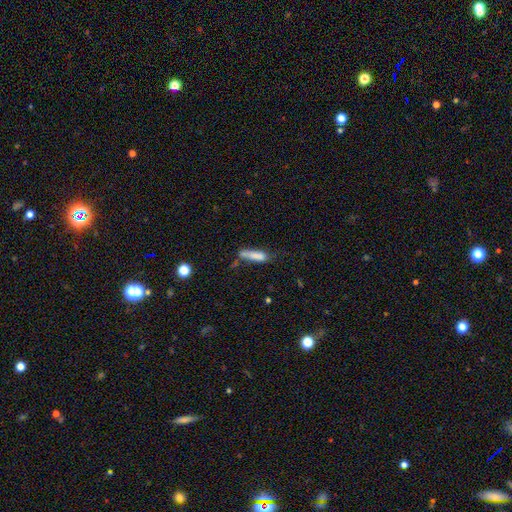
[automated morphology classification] This is likely a smooth galaxy (78%). How rounded: likely cigar-shaped (72%). Merging: marginally none (45%).